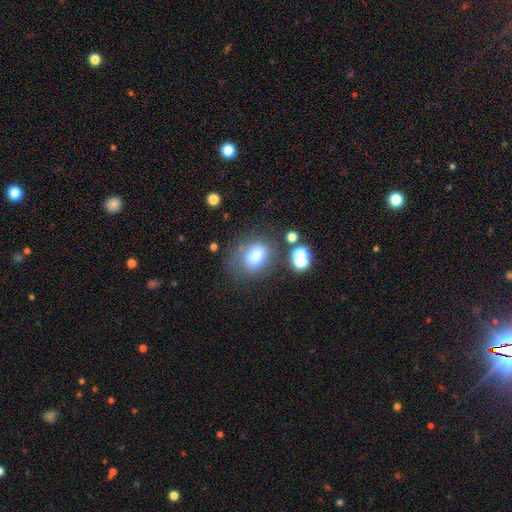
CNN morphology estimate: A smooth galaxy with no disk features (78%) that is in between round and cigar-shaped (56%). Merging: none (57%).